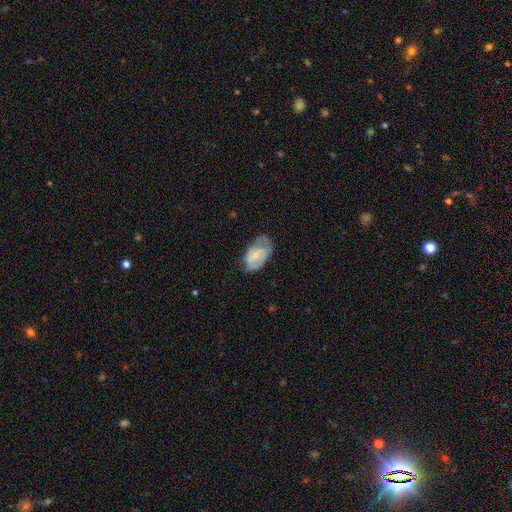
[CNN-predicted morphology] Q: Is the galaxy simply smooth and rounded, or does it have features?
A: featured or disk — 60%.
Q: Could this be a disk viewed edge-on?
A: no — 96%.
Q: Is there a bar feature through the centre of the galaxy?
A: no — 52%.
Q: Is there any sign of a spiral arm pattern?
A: yes — 83%.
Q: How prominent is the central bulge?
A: small — 60%.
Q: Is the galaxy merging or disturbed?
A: none — 57%.